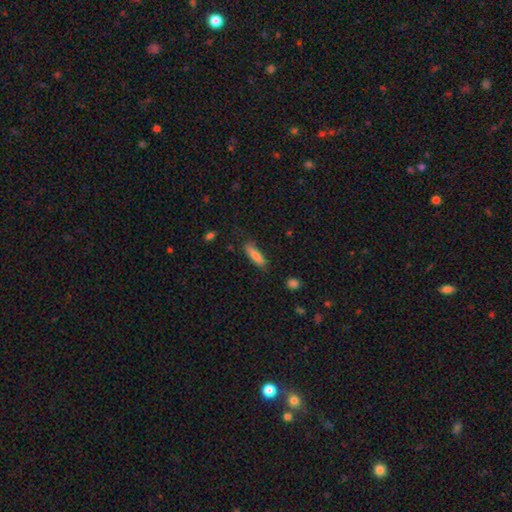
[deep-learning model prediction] Morphology: type=smooth (79%); roundness=cigar-shaped (64%); merging=none (80%).